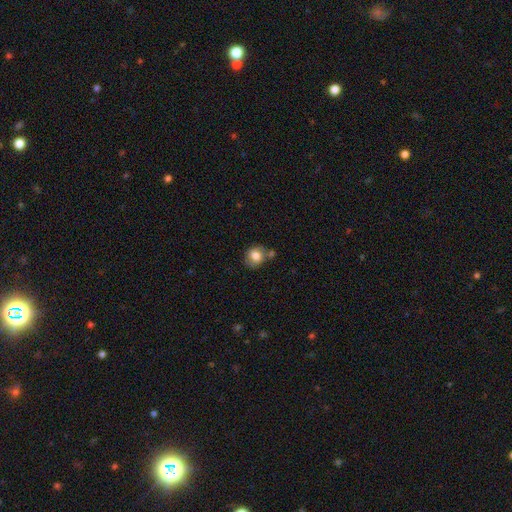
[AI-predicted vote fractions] Q: Smooth or featured?
A: smooth (78%); runner-up: featured or disk (13%)
Q: How rounded?
A: round (68%); runner-up: in between (31%)
Q: Merging?
A: none (58%); runner-up: minor disturbance (21%)